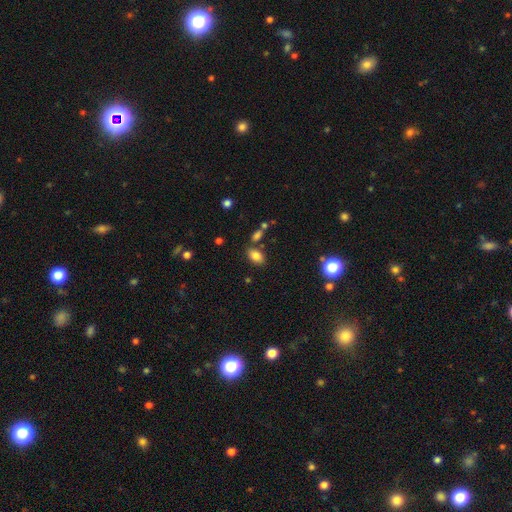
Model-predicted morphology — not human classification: A smooth galaxy with no disk features (82%) that is in between round and cigar-shaped (87%). Merging: none (75%).